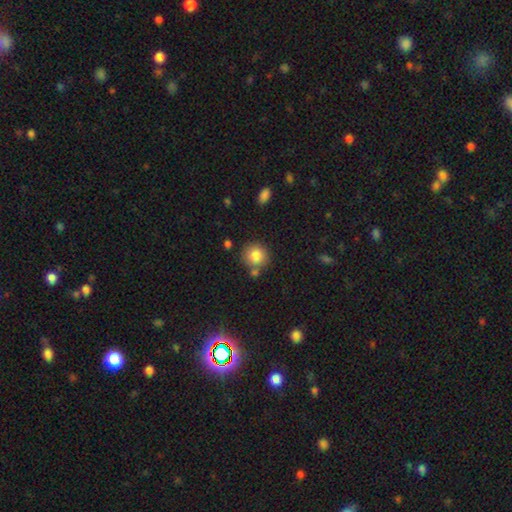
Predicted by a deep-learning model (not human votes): Morphology: type=smooth (82%); roundness=round (91%); merging=none (75%).